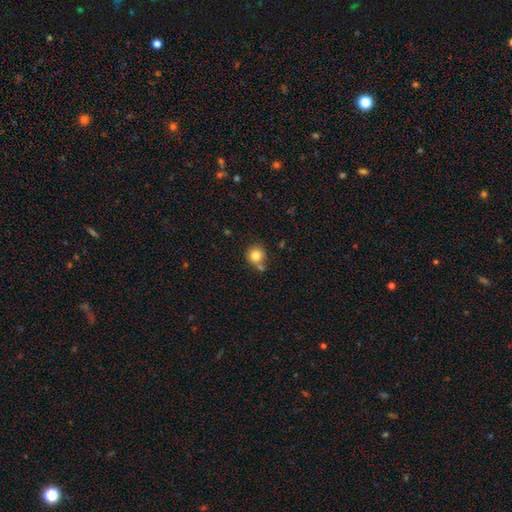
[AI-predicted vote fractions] Smooth or featured: smooth — 81% (star or artifact — 11%)
How rounded: round — 91% (in between — 8%)
Merging: none — 64% (merger — 18%)